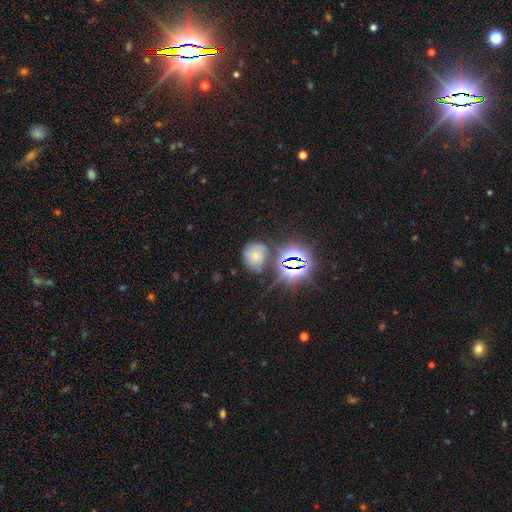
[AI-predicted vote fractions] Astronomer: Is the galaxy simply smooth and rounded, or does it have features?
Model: smooth — 45% (runner-up: star or artifact, 31%).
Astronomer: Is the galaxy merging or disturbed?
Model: none — 55%.